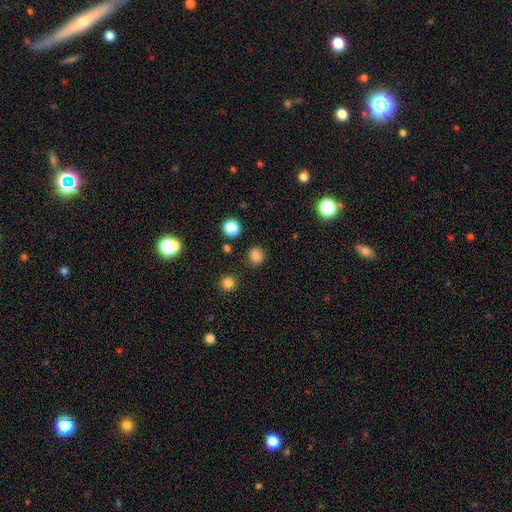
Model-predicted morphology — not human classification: Smooth or featured? Predicted: smooth (p=0.81). How rounded? Predicted: round (p=0.82). Merging? Predicted: none (p=0.87).